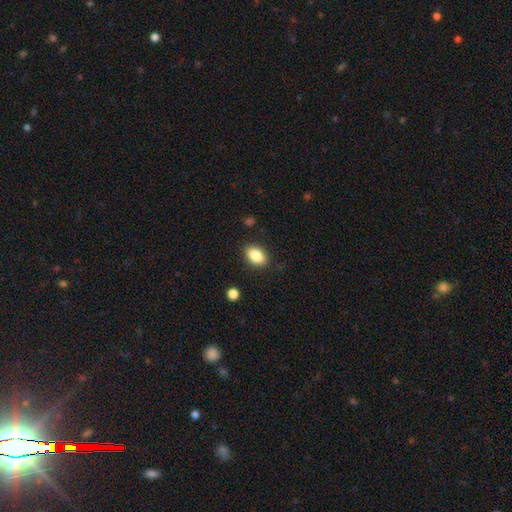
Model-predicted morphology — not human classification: A smooth galaxy with no disk features (86%) that is in between round and cigar-shaped (88%). Merging: none (87%).